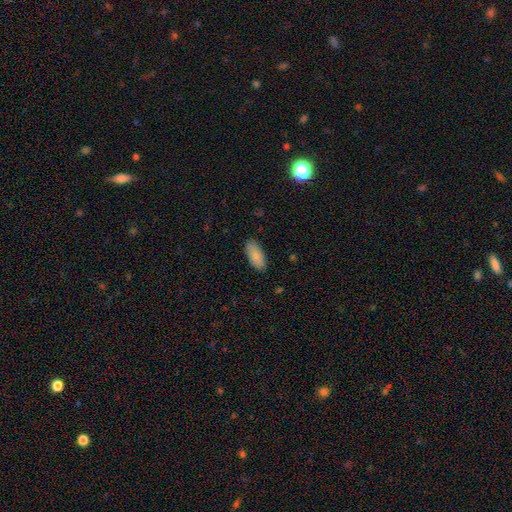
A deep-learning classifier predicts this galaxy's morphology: smooth 89%, star or artifact 6%, featured or disk 5%. Down the decision tree: how rounded — in between (87%); merging — none (88%).